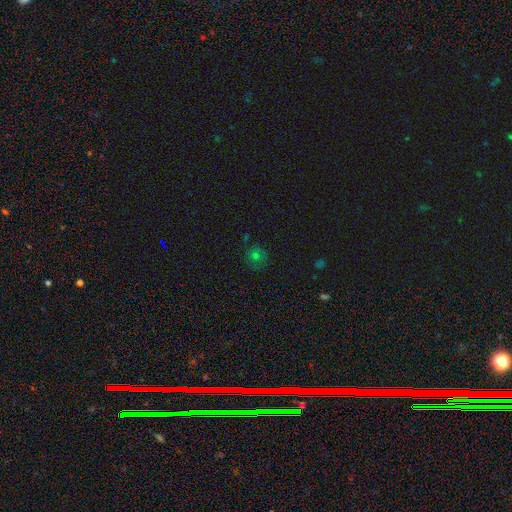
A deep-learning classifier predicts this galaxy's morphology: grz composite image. It shows a smooth galaxy with no disk features (61%) that is round (84%). Merging: none (73%).